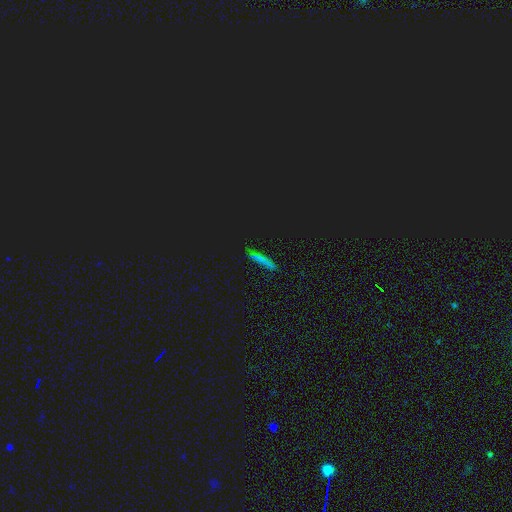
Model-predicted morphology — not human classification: type=star or artifact (53%).